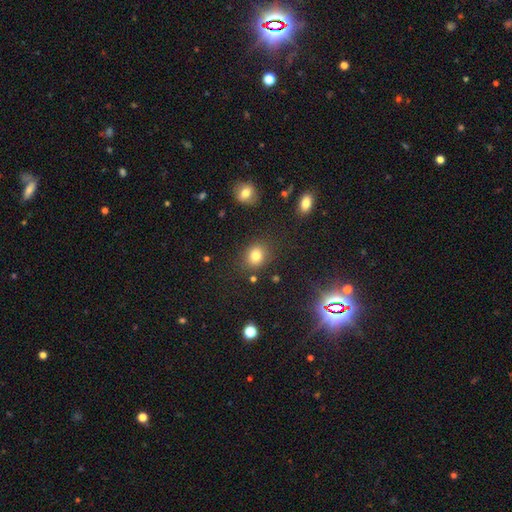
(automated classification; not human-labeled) Smooth or featured? Predicted: smooth (p=0.79). How rounded? Predicted: round (p=0.64). Merging? Predicted: none (p=0.81).